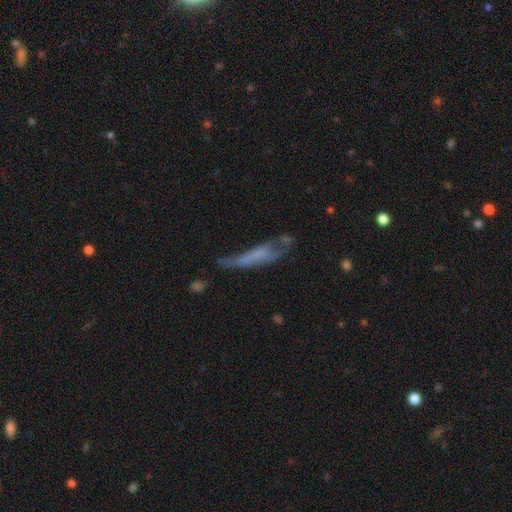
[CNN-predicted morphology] The model was most divided on "smooth or featured": smooth: 44%, featured or disk: 43%, star or artifact: 13%. Remaining: merging — none (34%).